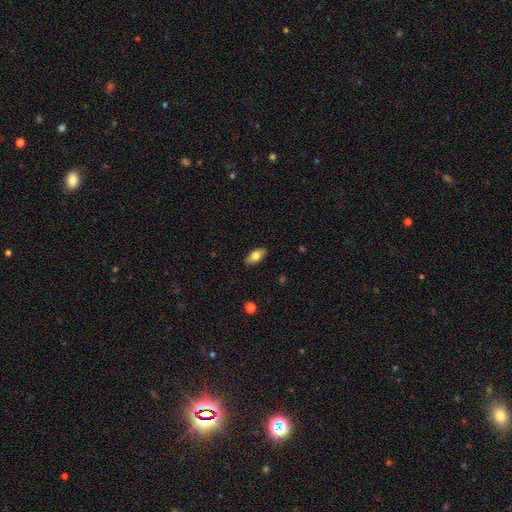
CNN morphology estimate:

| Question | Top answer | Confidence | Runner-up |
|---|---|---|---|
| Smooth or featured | smooth | 76% | featured or disk (17%) |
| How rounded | in between | 89% | cigar-shaped (7%) |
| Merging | none | 88% | minor disturbance (9%) |